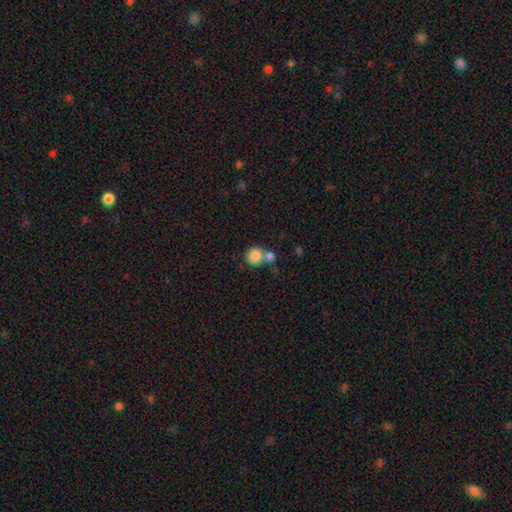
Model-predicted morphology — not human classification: type=smooth (84%); roundness=round (85%); merging=none (47%).